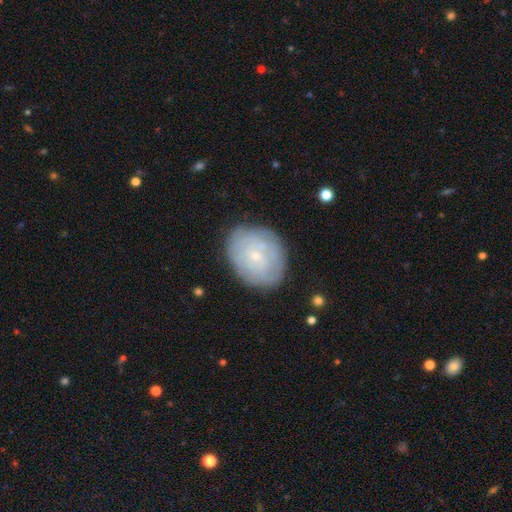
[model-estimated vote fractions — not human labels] Q: Smooth or featured?
A: featured or disk (48%); runner-up: smooth (44%)
Q: Merging?
A: none (76%); runner-up: minor disturbance (17%)